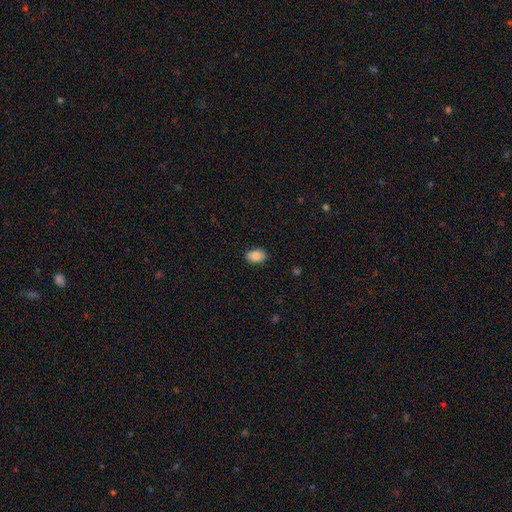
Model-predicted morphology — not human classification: smooth-or-featured: smooth: 85% | star or artifact: 8% | featured or disk: 7%
  how-rounded: in between: 84% | round: 15% | cigar-shaped: 1%
  merging: none: 89% | minor disturbance: 9% | major disturbance: 2% | merger: 1%